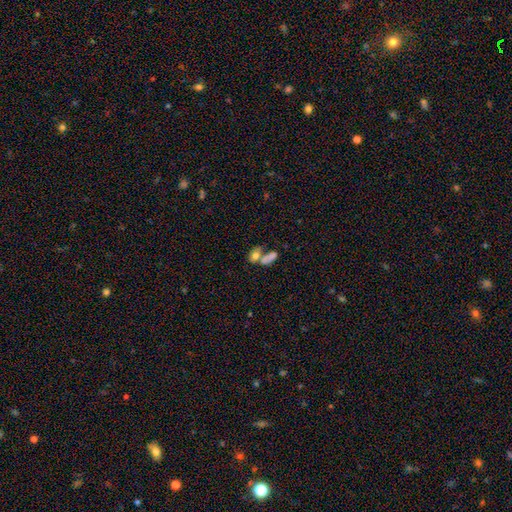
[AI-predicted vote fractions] Smooth or featured?
  - smooth: 44% *
  - star or artifact: 30%
  - featured or disk: 26%
Merging?
  - merger: 44% *
  - none: 38%
  - minor disturbance: 10%
  - major disturbance: 9%